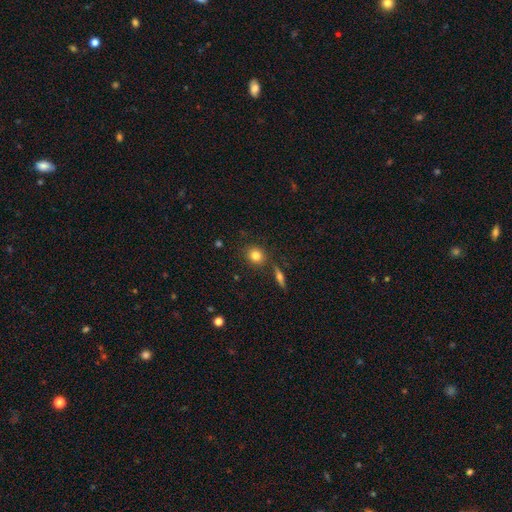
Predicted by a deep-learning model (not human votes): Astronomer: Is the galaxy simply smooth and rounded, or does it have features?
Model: smooth — 81%.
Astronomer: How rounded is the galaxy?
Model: round — 77%.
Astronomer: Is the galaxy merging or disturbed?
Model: none — 82%.